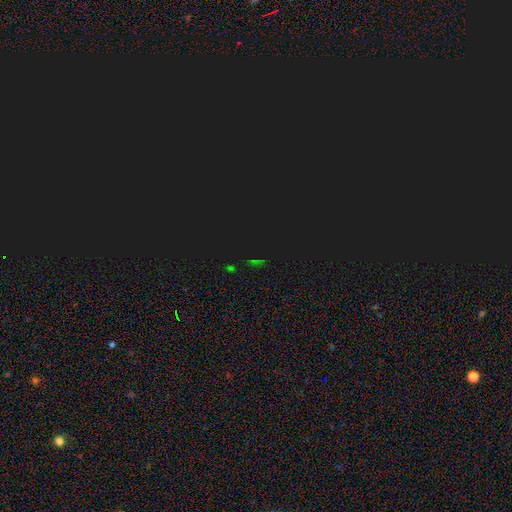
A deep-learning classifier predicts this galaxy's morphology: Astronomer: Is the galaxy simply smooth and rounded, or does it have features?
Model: star or artifact — 75%.